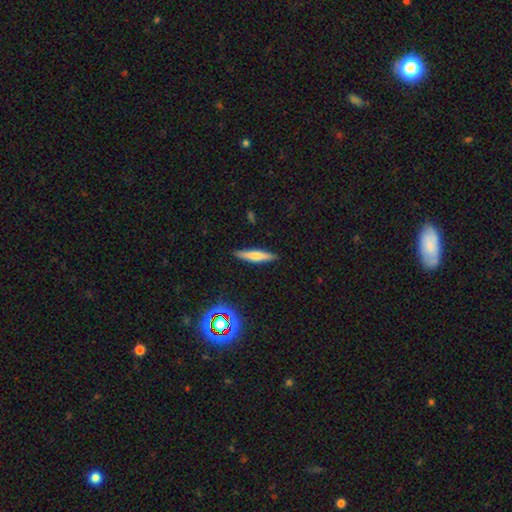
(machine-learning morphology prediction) type=smooth (61%); roundness=cigar-shaped (86%); merging=none (90%).